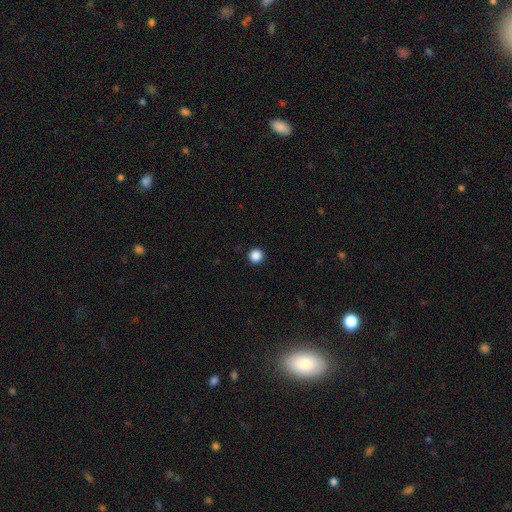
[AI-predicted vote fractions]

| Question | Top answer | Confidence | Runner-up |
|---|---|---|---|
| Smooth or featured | smooth | 87% | star or artifact (11%) |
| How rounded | round | 97% | in between (2%) |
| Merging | none | 94% | minor disturbance (4%) |